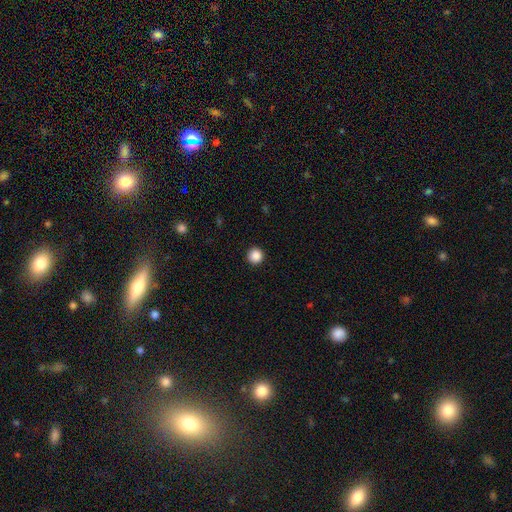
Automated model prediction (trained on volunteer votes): Overall: smooth (88%). How rounded: round (96%). Merging: none (94%).